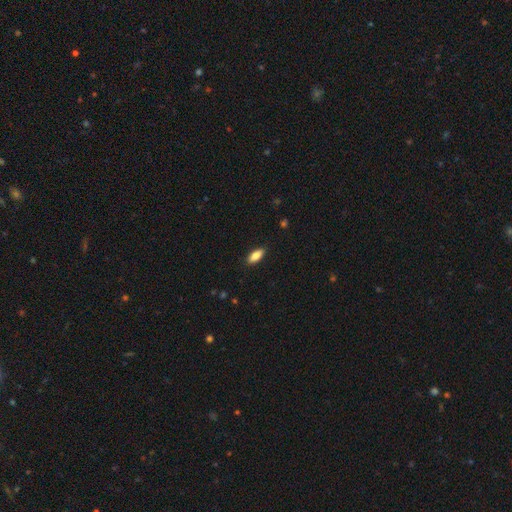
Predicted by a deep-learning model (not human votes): Smooth or featured?
  - smooth: 82% *
  - featured or disk: 12%
  - star or artifact: 7%
How rounded?
  - in between: 80% *
  - cigar-shaped: 18%
  - round: 2%
Merging?
  - none: 89% *
  - minor disturbance: 8%
  - major disturbance: 2%
  - merger: 1%